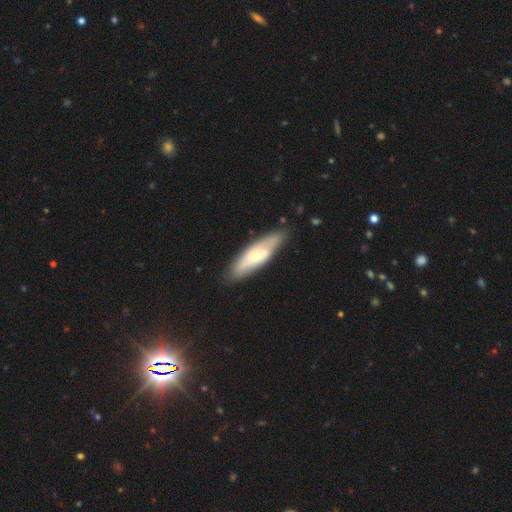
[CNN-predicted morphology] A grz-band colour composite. It shows a featured or disk galaxy (49%). Merging: none (73%).